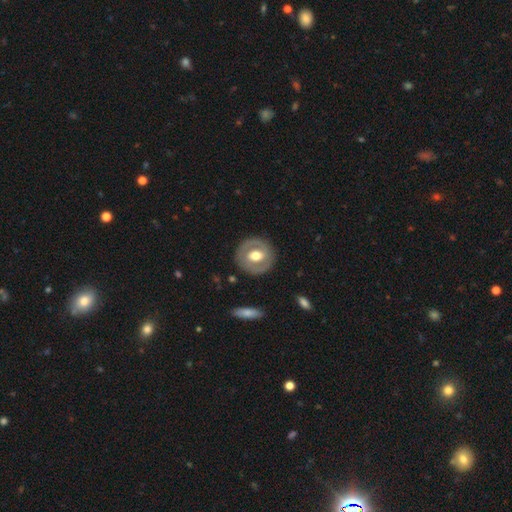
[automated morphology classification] This appears to be a featured or disk galaxy (55%) with no bar (49%), no spiral arms (73%) and a moderate central bulge (66%). Merging: none (85%).